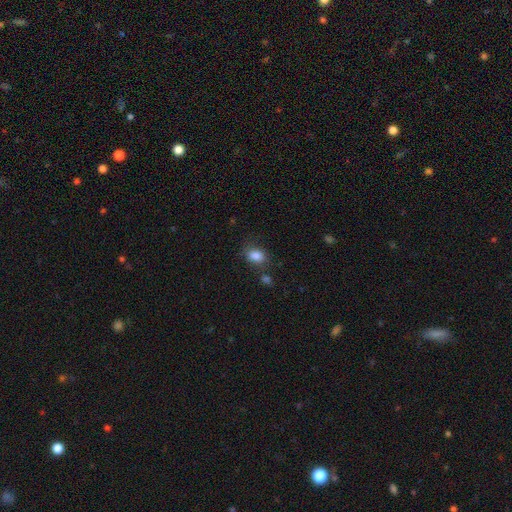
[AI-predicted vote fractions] The model was most divided on "how rounded": in between: 70%, round: 28%, cigar-shaped: 1%. More confident: smooth or featured — smooth (84%); merging — none (70%).